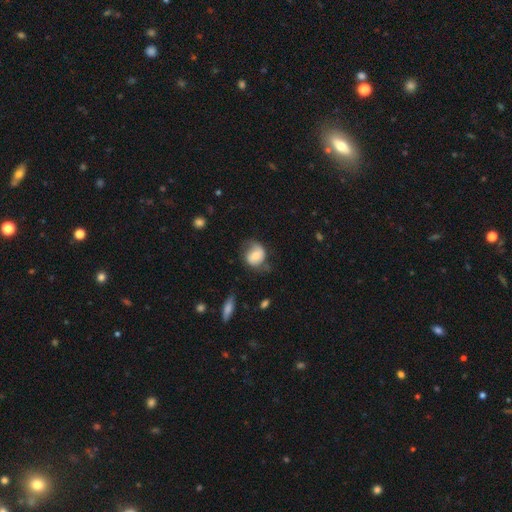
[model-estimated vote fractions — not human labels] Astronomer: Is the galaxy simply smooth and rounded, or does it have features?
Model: smooth — 59%.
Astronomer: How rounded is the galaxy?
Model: round — 59% (runner-up: in between, 40%).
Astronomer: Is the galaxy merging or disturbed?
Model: none — 46% (runner-up: minor disturbance, 33%).